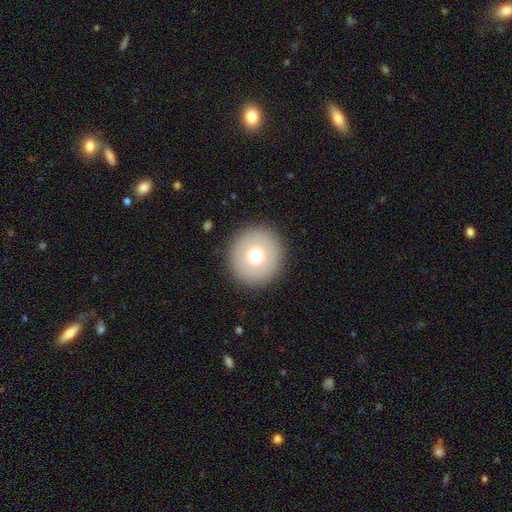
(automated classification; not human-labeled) This appears to be a smooth galaxy with no disk features (71%) that is round (94%). Merging: none (92%).